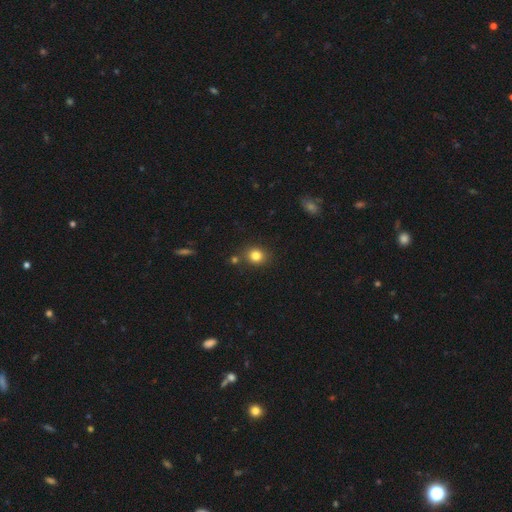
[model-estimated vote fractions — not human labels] Smooth or featured? smooth (81%)
How rounded? round (71%)
Merging? none (81%)